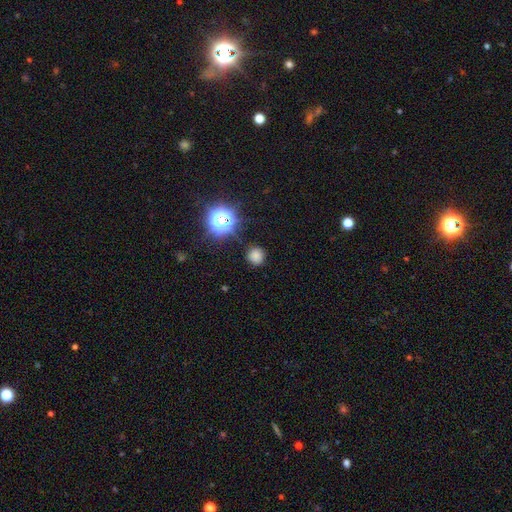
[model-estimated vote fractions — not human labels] Smooth or featured? Predicted: smooth (p=0.75). How rounded? Predicted: round (p=0.92). Merging? Predicted: none (p=0.84).